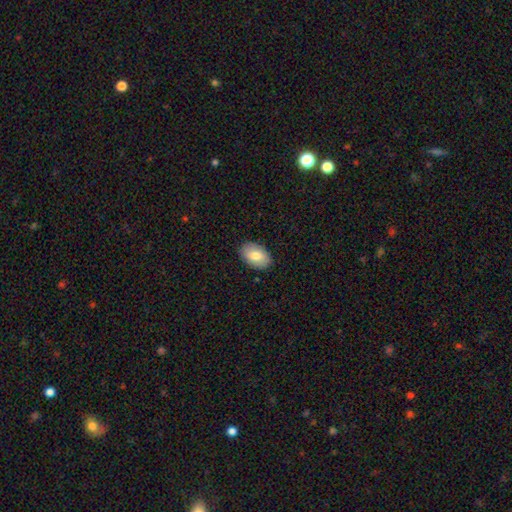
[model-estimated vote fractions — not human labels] smooth 79%, featured or disk 15%, star or artifact 6%. Down the decision tree: how rounded — in between (90%); merging — none (88%).